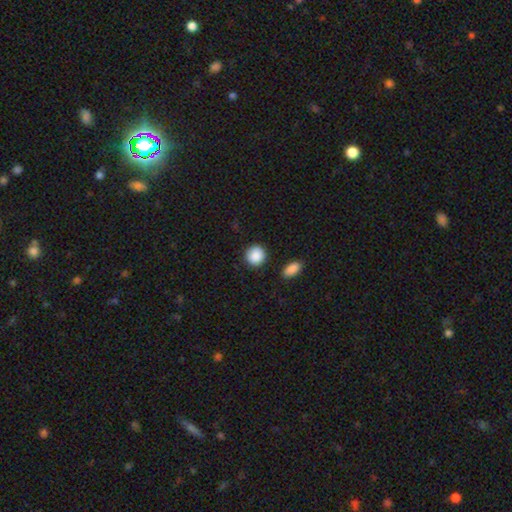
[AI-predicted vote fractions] Smooth or featured?
  - smooth: 89% *
  - star or artifact: 7%
  - featured or disk: 3%
How rounded?
  - round: 89% *
  - in between: 10%
  - cigar-shaped: 1%
Merging?
  - none: 87% *
  - minor disturbance: 8%
  - merger: 3%
  - major disturbance: 2%